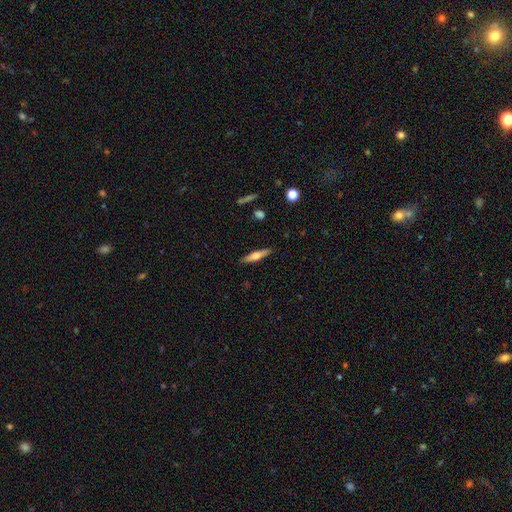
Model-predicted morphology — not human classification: smooth_or_featured: featured or disk (p=0.47) [tied with: smooth p=0.47]
merging: none (p=0.89) [alt: minor disturbance p=0.08]